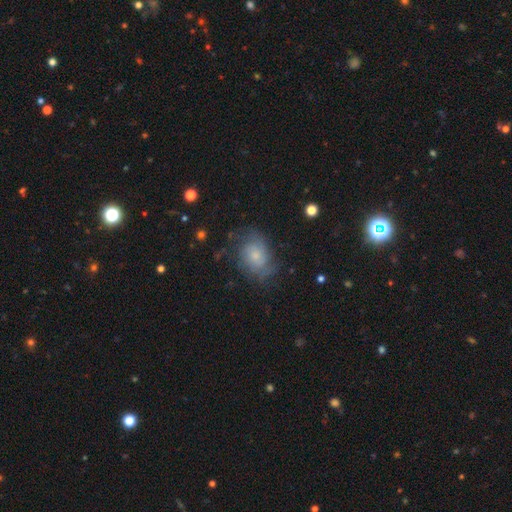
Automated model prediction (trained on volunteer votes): smooth-or-featured: featured or disk: 55% | smooth: 36% | star or artifact: 10%
  disk-edge-on: no: 97% | yes: 3%
    bar: no: 78% | weak: 19% | strong: 3%
    has-spiral-arms: yes: 83% | no: 17%
    bulge-size: small: 56% | moderate: 29% | none: 8% | large: 5% | dominant: 2%
  merging: none: 61% | minor disturbance: 23% | major disturbance: 14% | merger: 2%